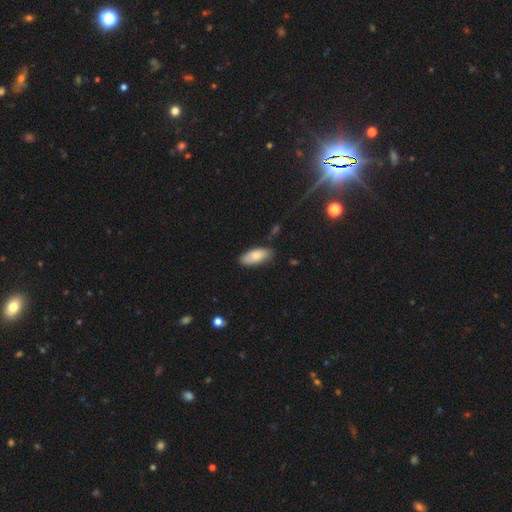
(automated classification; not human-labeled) Smooth or featured: smooth — 80% (featured or disk — 14%)
How rounded: in between — 86% (cigar-shaped — 12%)
Merging: none — 82% (minor disturbance — 14%)